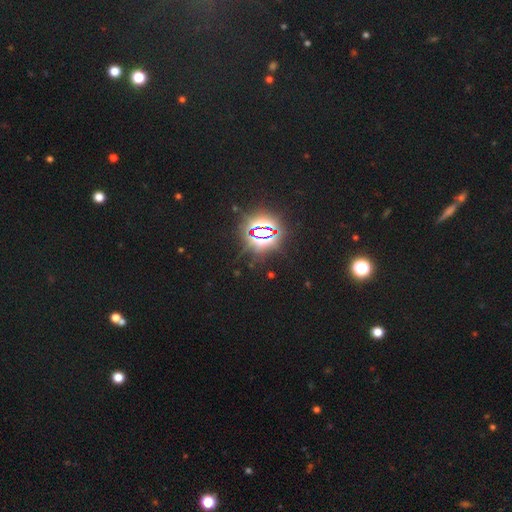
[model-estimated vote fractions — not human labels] Smooth or featured? Predicted: star or artifact (p=0.83).